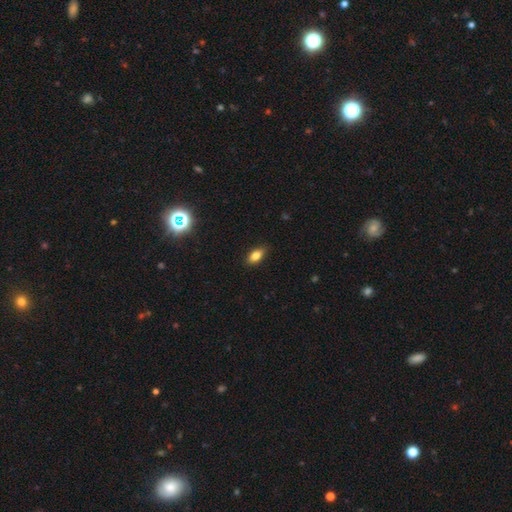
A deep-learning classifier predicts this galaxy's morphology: A smooth galaxy with no disk features (81%) that is in between round and cigar-shaped (87%).

Vote fractions:
- Smooth or featured? smooth: 81% / featured or disk: 9% / star or artifact: 9%
- How rounded? in between: 87% / cigar-shaped: 8% / round: 6%
- Merging? none: 86% / minor disturbance: 11% / major disturbance: 2% / merger: 1%